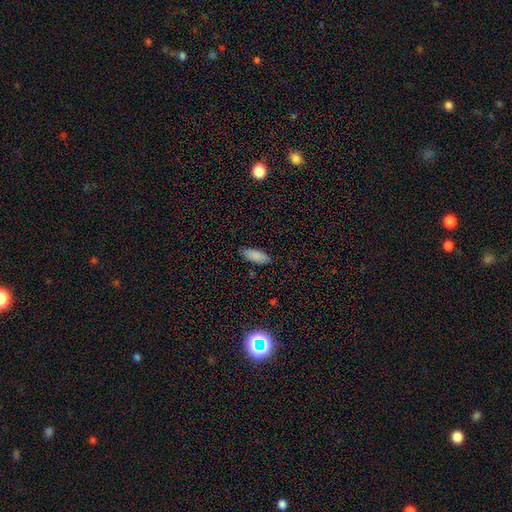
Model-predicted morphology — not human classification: smooth 86%, star or artifact 8%, featured or disk 6%. Down the decision tree: how rounded — in between (80%); merging — none (85%).